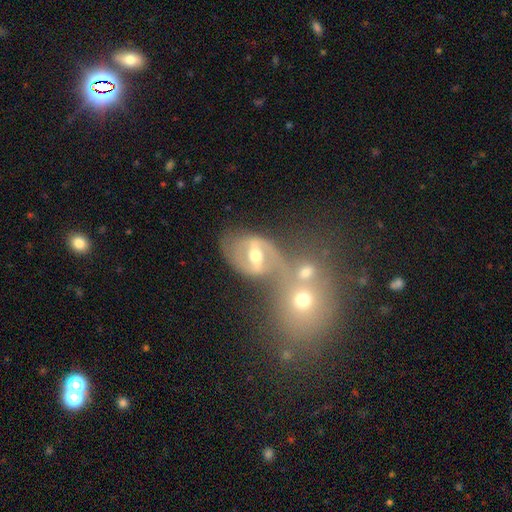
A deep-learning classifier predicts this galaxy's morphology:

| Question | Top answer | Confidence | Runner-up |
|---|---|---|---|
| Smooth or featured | featured or disk | 69% | smooth (20%) |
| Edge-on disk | no | 96% | yes (4%) |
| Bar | weak | 41% | strong (40%) |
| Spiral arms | yes | 76% | no (24%) |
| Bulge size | moderate | 71% | small (21%) |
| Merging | none | 43% | merger (34%) |